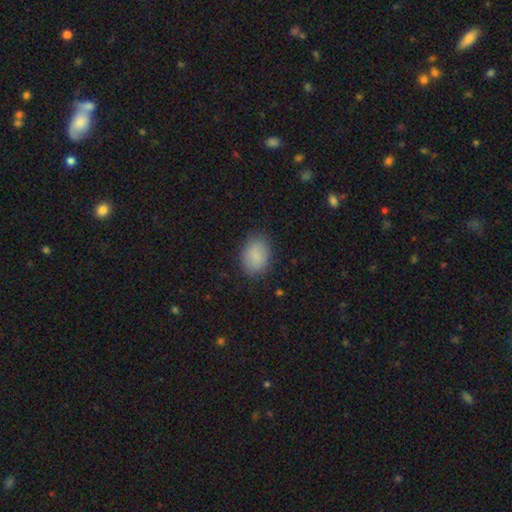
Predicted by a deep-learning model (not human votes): Smooth or featured: smooth — 88% (star or artifact — 8%)
How rounded: in between — 77% (round — 22%)
Merging: none — 84% (minor disturbance — 12%)